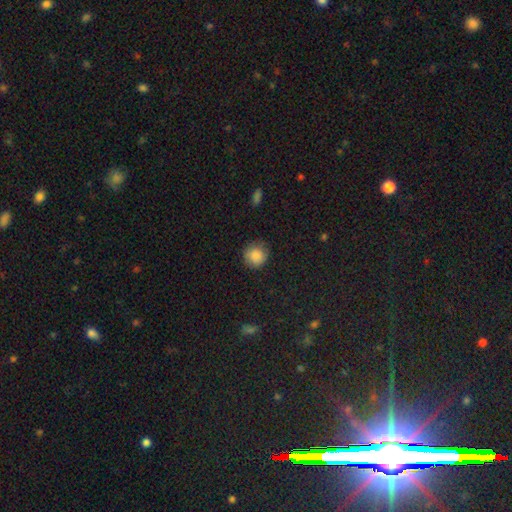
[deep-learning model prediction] Q: Smooth or featured?
A: smooth (86%); runner-up: star or artifact (9%)
Q: How rounded?
A: round (91%); runner-up: in between (8%)
Q: Merging?
A: none (81%); runner-up: minor disturbance (15%)